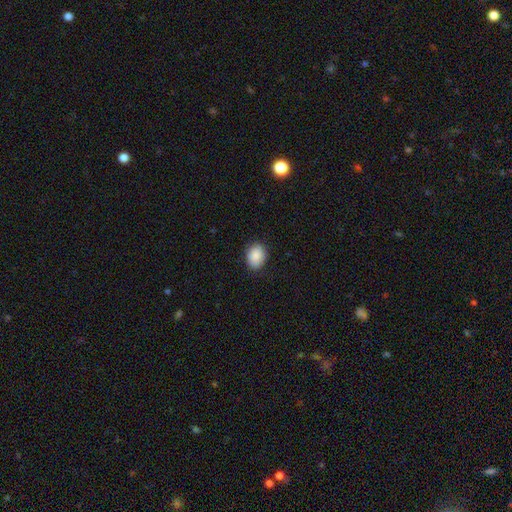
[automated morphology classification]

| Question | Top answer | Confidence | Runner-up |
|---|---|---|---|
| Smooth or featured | smooth | 89% | star or artifact (7%) |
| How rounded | in between | 59% | round (40%) |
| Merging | none | 86% | minor disturbance (11%) |